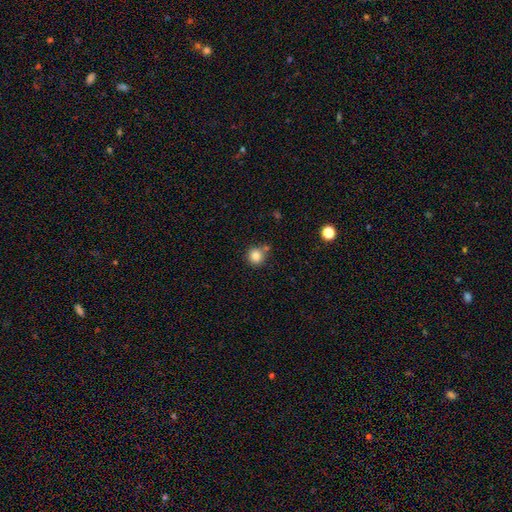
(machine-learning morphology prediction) The model was most divided on "merging": none: 72%, merger: 14%, minor disturbance: 10%, major disturbance: 3%. More confident: how rounded — round (93%); smooth or featured — smooth (82%).